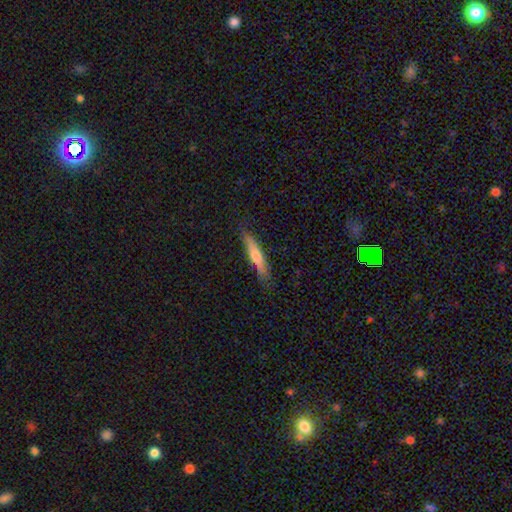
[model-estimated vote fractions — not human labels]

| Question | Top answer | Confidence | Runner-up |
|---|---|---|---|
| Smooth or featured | smooth | 62% | featured or disk (32%) |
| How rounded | cigar-shaped | 87% | in between (12%) |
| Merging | none | 82% | minor disturbance (14%) |